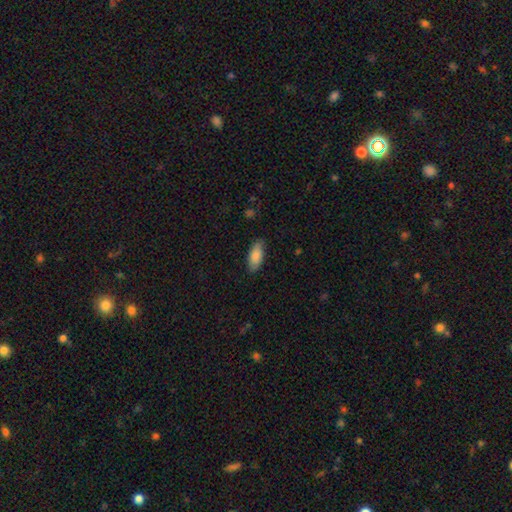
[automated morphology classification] Smooth or featured? Predicted: smooth (p=0.85). How rounded? Predicted: in between (p=0.83). Merging? Predicted: none (p=0.83).